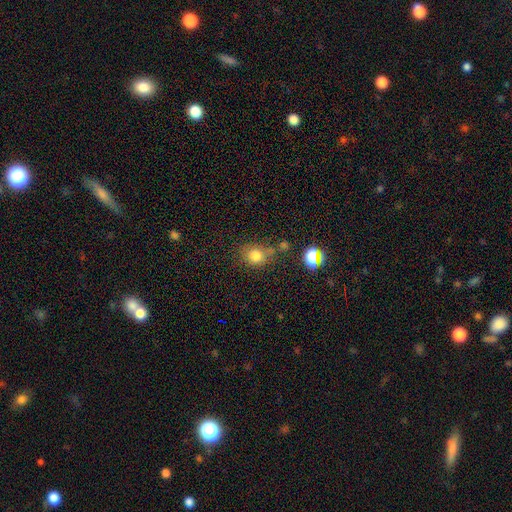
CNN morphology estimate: Smooth or featured? Predicted: smooth (p=0.79). How rounded? Predicted: round (p=0.66). Merging? Predicted: none (p=0.57).